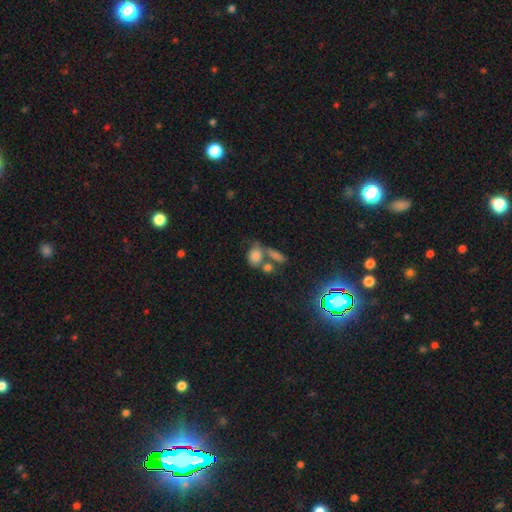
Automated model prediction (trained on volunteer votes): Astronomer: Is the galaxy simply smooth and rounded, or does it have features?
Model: smooth — 75%.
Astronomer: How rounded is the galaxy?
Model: in between — 68%.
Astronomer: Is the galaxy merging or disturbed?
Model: merger — 42% (runner-up: none, 36%).